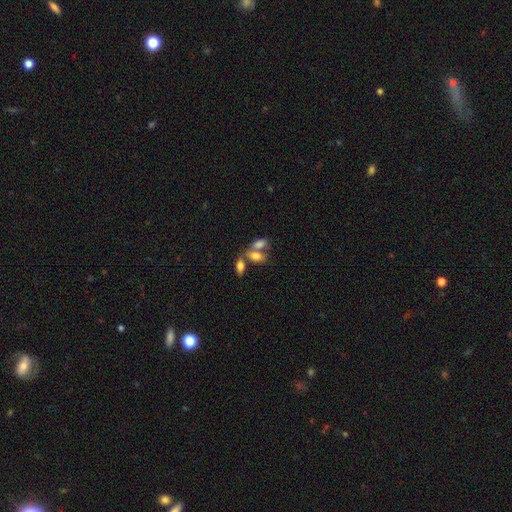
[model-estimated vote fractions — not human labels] smooth 72%, featured or disk 18%, star or artifact 10%. Down the decision tree: how rounded — in between (86%); merging — merger (52%).